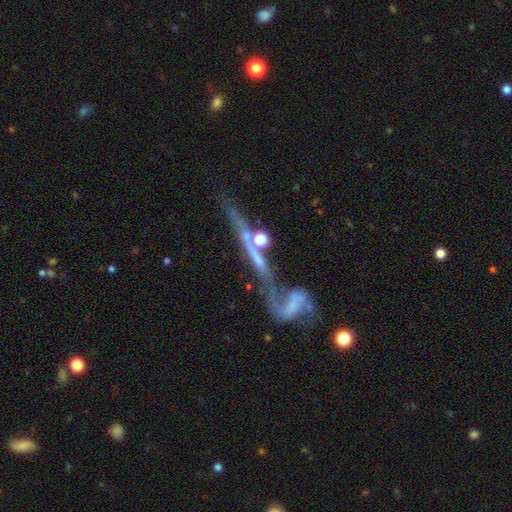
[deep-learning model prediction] Smooth or featured? Predicted: featured or disk (p=0.68). Edge-on disk? Predicted: yes (p=0.65). Merging? Predicted: none (p=0.36).